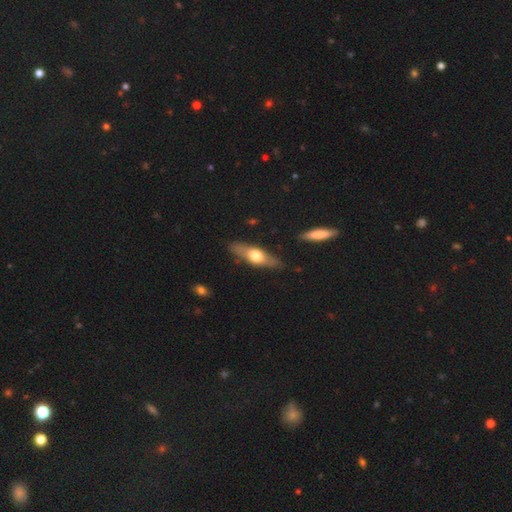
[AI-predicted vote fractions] Smooth or featured?
  - featured or disk: 50% *
  - smooth: 45%
  - star or artifact: 5%
Merging?
  - none: 83% *
  - minor disturbance: 12%
  - major disturbance: 3%
  - merger: 2%